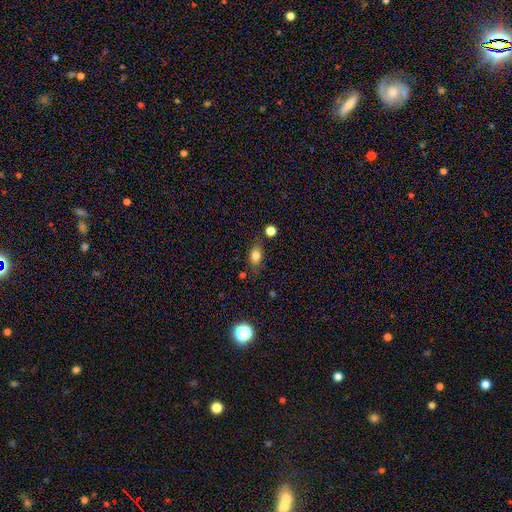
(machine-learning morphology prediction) Smooth or featured?
  - smooth: 79% *
  - star or artifact: 11%
  - featured or disk: 10%
How rounded?
  - in between: 80% *
  - round: 16%
  - cigar-shaped: 4%
Merging?
  - none: 75% *
  - minor disturbance: 17%
  - major disturbance: 4%
  - merger: 4%